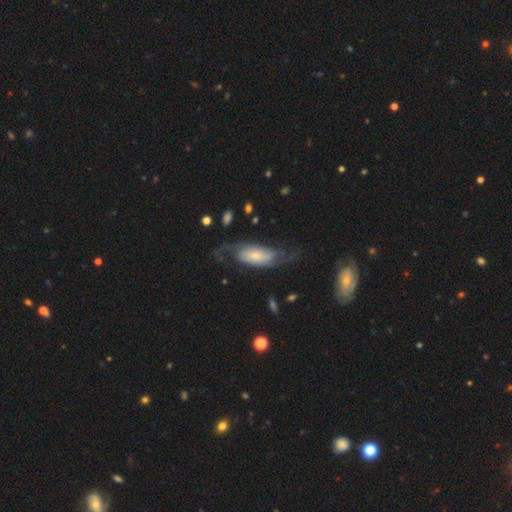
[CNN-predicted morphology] A featured or disk galaxy (69%) with no bar (60%), 2 (82%) loose (50%) spiral arms (90%) and a small central bulge (58%). Merging: none (55%).